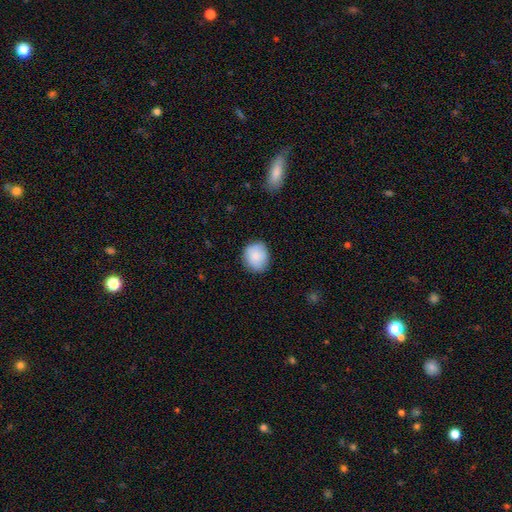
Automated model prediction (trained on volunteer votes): Q: Smooth or featured?
A: smooth (85%); runner-up: featured or disk (8%)
Q: How rounded?
A: round (69%); runner-up: in between (31%)
Q: Merging?
A: none (83%); runner-up: minor disturbance (14%)